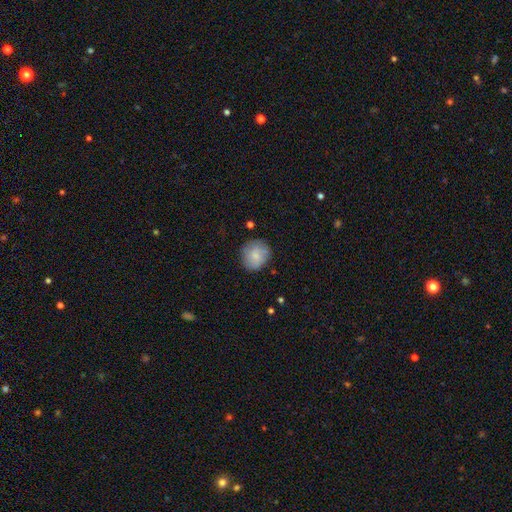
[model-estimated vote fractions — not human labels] Smooth or featured: smooth — 79% (featured or disk — 14%)
How rounded: round — 84% (in between — 15%)
Merging: none — 80% (minor disturbance — 15%)